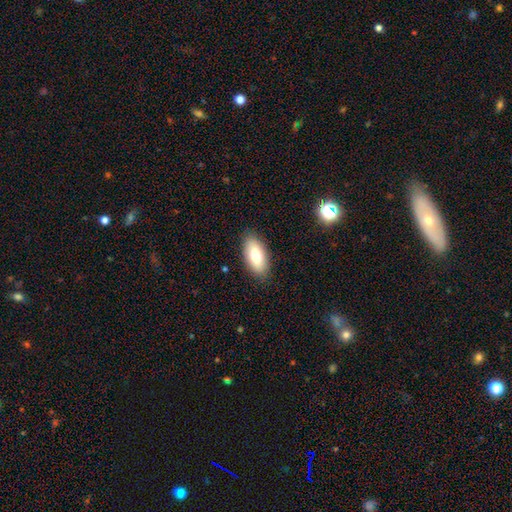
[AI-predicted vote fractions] A smooth galaxy with no disk features (76%) that is in between round and cigar-shaped (90%).

Vote fractions:
- Smooth or featured? smooth: 76% / featured or disk: 17% / star or artifact: 7%
- How rounded? in between: 90% / cigar-shaped: 7% / round: 3%
- Merging? none: 87% / minor disturbance: 10% / major disturbance: 2% / merger: 1%